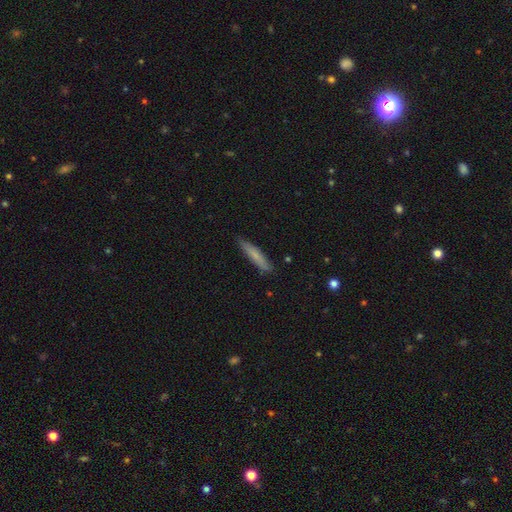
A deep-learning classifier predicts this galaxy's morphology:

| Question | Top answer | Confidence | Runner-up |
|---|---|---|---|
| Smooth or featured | smooth | 70% | featured or disk (24%) |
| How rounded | cigar-shaped | 89% | in between (9%) |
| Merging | none | 84% | minor disturbance (13%) |